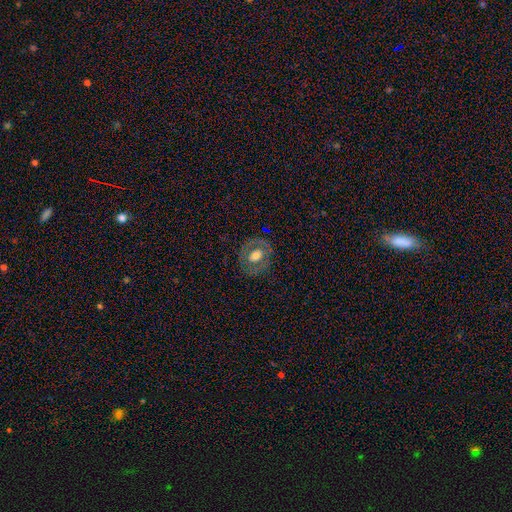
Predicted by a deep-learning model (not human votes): Smooth or featured? Predicted: smooth (p=0.49). Merging? Predicted: none (p=0.80).